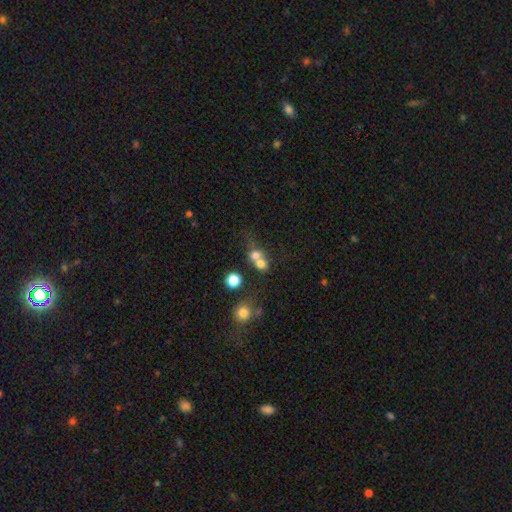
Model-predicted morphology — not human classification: Smooth or featured: smooth — 69% (featured or disk — 17%)
How rounded: round — 72% (in between — 26%)
Merging: merger — 60% (none — 28%)